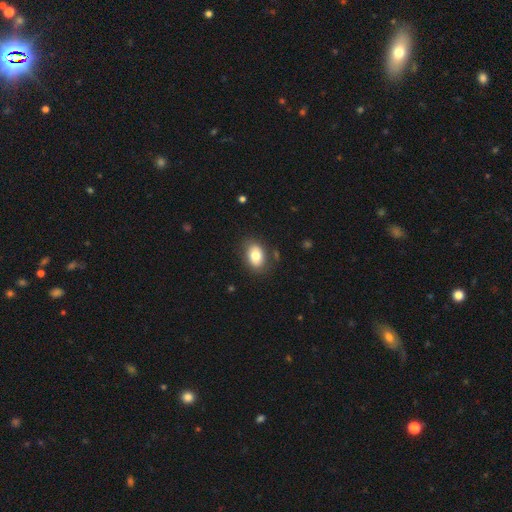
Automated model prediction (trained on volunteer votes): Smooth or featured? smooth (79%)
How rounded? in between (82%)
Merging? none (82%)